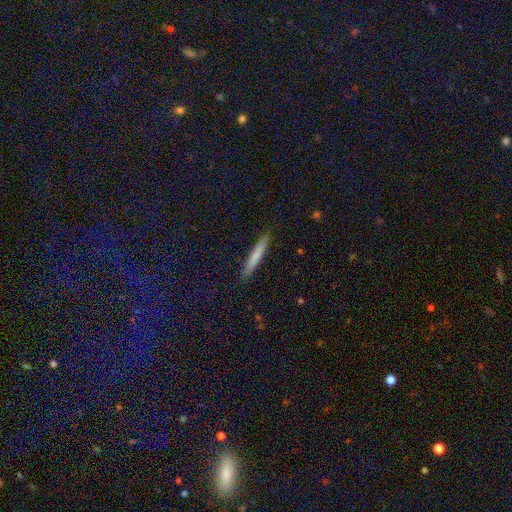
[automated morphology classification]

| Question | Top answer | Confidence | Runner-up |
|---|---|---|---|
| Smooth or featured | smooth | 73% | featured or disk (21%) |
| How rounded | cigar-shaped | 95% | in between (3%) |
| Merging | none | 91% | minor disturbance (6%) |